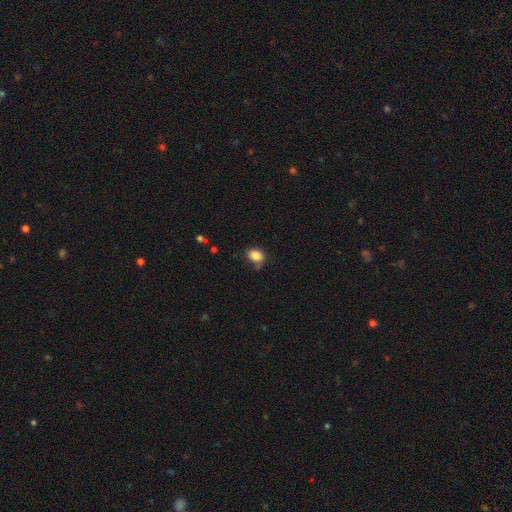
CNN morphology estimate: smooth-or-featured: smooth: 85% | star or artifact: 9% | featured or disk: 5%
  how-rounded: in between: 69% | round: 30% | cigar-shaped: 1%
  merging: none: 68% | minor disturbance: 21% | merger: 5% | major disturbance: 5%